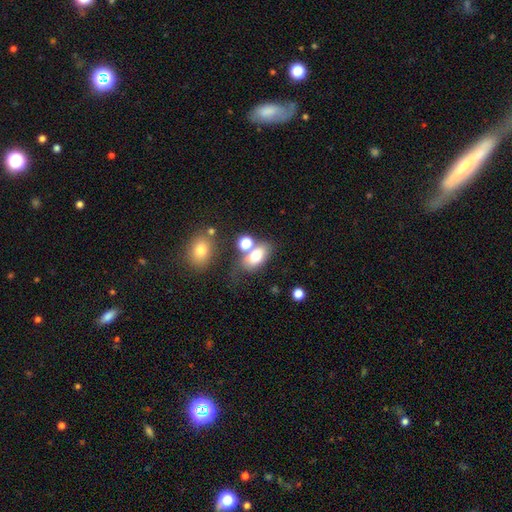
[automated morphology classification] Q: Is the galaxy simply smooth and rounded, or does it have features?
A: smooth — 73%.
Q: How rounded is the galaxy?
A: in between — 82%.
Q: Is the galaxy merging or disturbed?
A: none — 49%.